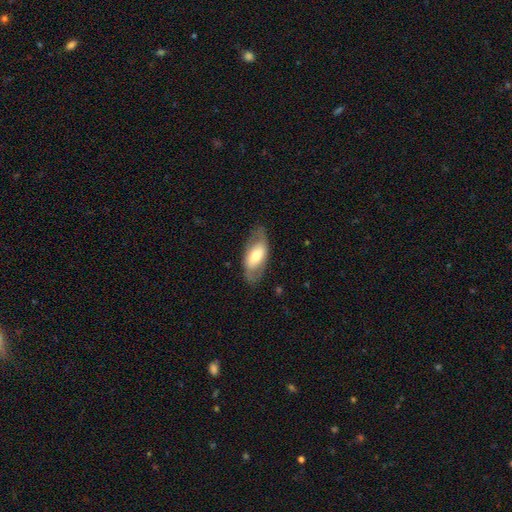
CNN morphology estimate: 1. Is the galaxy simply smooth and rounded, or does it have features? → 50% smooth, 44% featured or disk, 6% star or artifact.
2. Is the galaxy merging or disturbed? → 73% none, 18% minor disturbance, 7% major disturbance, 1% merger.